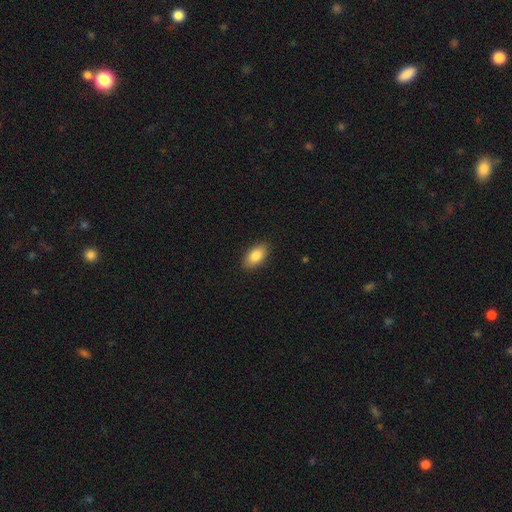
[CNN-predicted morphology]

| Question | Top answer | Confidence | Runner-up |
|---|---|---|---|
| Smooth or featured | smooth | 86% | featured or disk (8%) |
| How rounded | in between | 92% | round (4%) |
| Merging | none | 88% | minor disturbance (9%) |